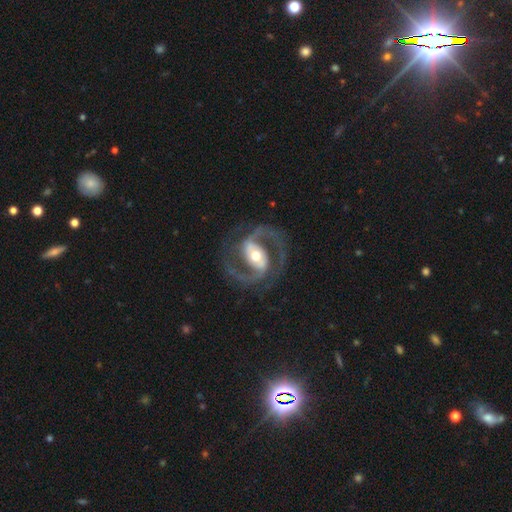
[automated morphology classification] Q: Smooth or featured?
A: featured or disk (92%); runner-up: smooth (4%)
Q: Edge-on disk?
A: no (98%); runner-up: yes (2%)
Q: Bar?
A: strong (41%); runner-up: weak (34%)
Q: Spiral arms?
A: yes (97%); runner-up: no (3%)
Q: Spiral winding?
A: medium (64%); runner-up: loose (18%)
Q: Spiral arm count?
A: 2 (94%); runner-up: 3 (2%)
Q: Bulge size?
A: moderate (68%); runner-up: small (16%)
Q: Merging?
A: none (80%); runner-up: minor disturbance (11%)